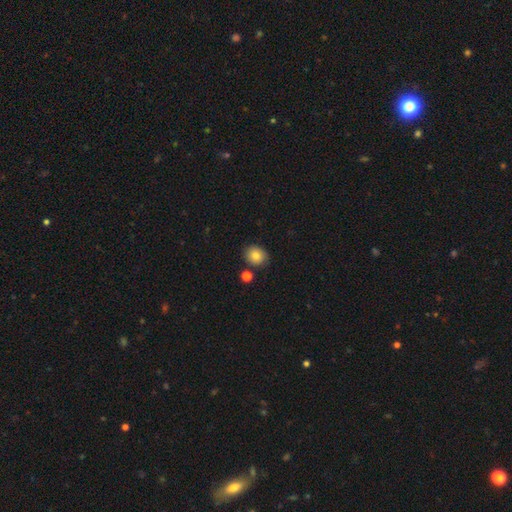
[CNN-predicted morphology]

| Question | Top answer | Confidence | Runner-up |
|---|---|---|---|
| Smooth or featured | smooth | 81% | star or artifact (10%) |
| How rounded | round | 66% | in between (33%) |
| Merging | none | 81% | minor disturbance (10%) |